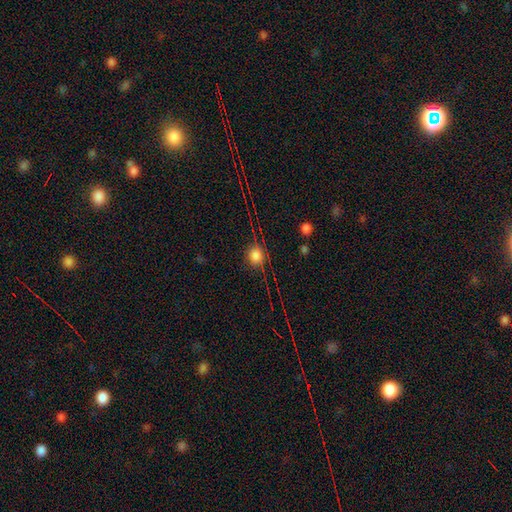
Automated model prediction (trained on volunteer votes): Smooth or featured: smooth — 73% (star or artifact — 20%)
How rounded: round — 82% (in between — 17%)
Merging: none — 81% (minor disturbance — 13%)